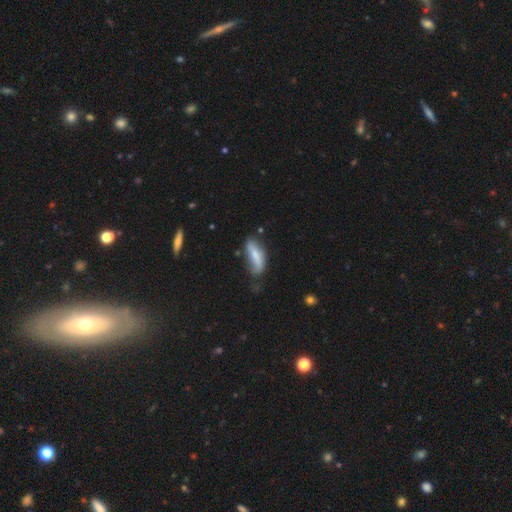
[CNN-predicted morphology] Smooth or featured? smooth (66%)
How rounded? in between (64%)
Merging? none (44%)